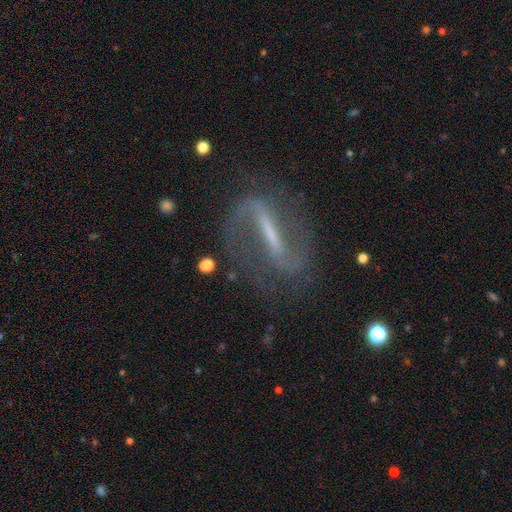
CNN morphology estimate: smooth_or_featured: featured or disk (p=0.86) [alt: star or artifact p=0.07]
disk_edge_on: no (p=0.88) [alt: yes p=0.12]
bar: strong (p=0.75) [alt: weak p=0.19]
has_spiral_arms: yes (p=0.92) [alt: no p=0.08]
spiral_winding: medium (p=0.44) [alt: loose p=0.39]
spiral_arm_count: 2 (p=0.89) [alt: can't tell p=0.04]
bulge_size: none (p=0.39) [alt: small p=0.37]
merging: none (p=0.73) [alt: minor disturbance p=0.14]